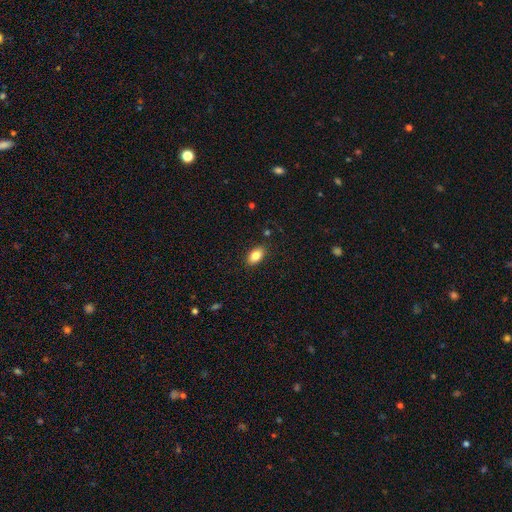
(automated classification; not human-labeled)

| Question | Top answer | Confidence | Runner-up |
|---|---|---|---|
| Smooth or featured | smooth | 83% | featured or disk (9%) |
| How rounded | in between | 91% | round (6%) |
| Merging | none | 87% | minor disturbance (9%) |